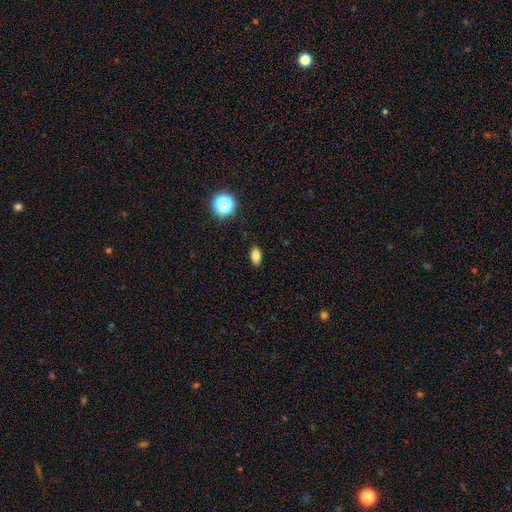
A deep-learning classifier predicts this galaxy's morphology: type=smooth (78%); roundness=in between (86%); merging=none (88%).